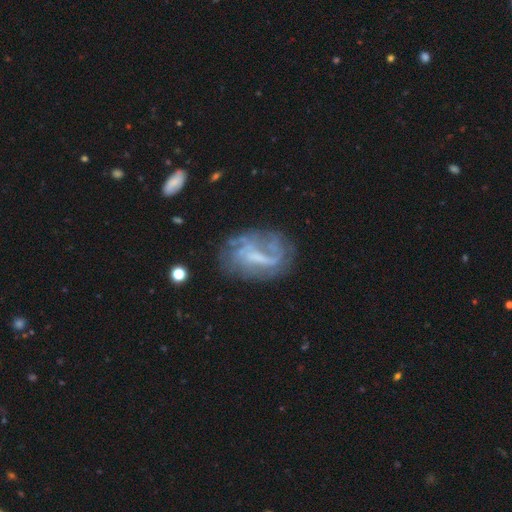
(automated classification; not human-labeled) Smooth or featured? featured or disk (67%)
Edge-on disk? no (95%)
Bar? weak (40%)
Spiral arms? yes (56%)
Bulge size? none (47%)
Merging? none (52%)